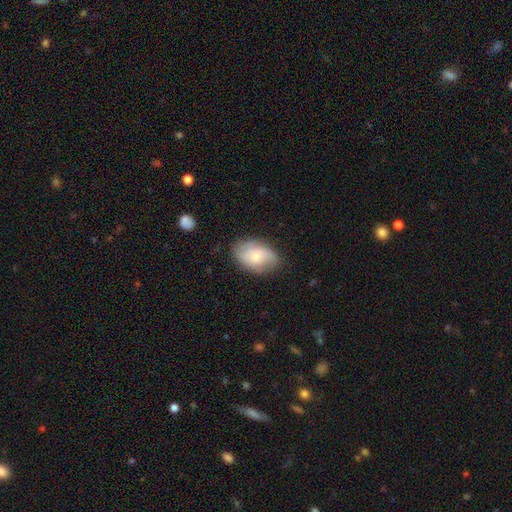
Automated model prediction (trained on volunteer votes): smooth 57%, featured or disk 36%, star or artifact 7%. Down the decision tree: how rounded — in between (87%); merging — none (72%).